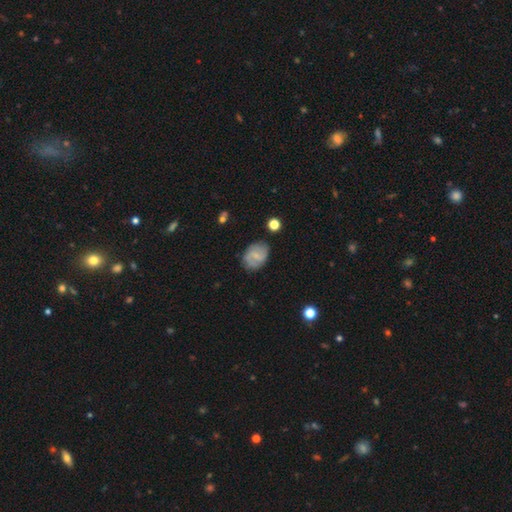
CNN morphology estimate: Smooth or featured?
  - featured or disk: 49% *
  - smooth: 44%
  - star or artifact: 8%
Merging?
  - none: 75% *
  - minor disturbance: 18%
  - major disturbance: 5%
  - merger: 2%